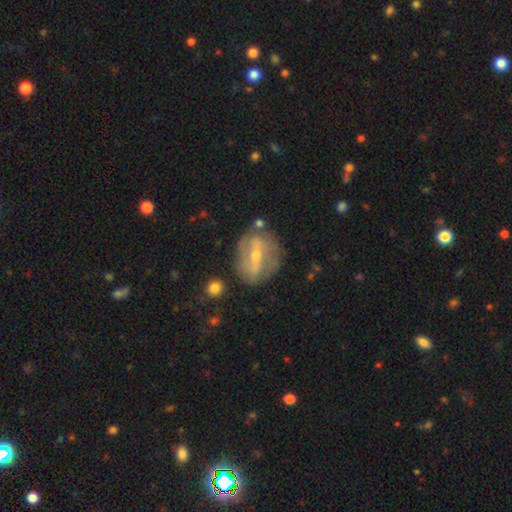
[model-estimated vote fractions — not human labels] smooth-or-featured: featured or disk: 71% | smooth: 22% | star or artifact: 7%
  disk-edge-on: no: 91% | yes: 9%
    bar: strong: 56% | weak: 30% | no: 14%
    has-spiral-arms: yes: 58% | no: 42%
    bulge-size: small: 50% | moderate: 46% | large: 2% | none: 1% | dominant: 1%
  merging: none: 71% | minor disturbance: 18% | major disturbance: 7% | merger: 4%